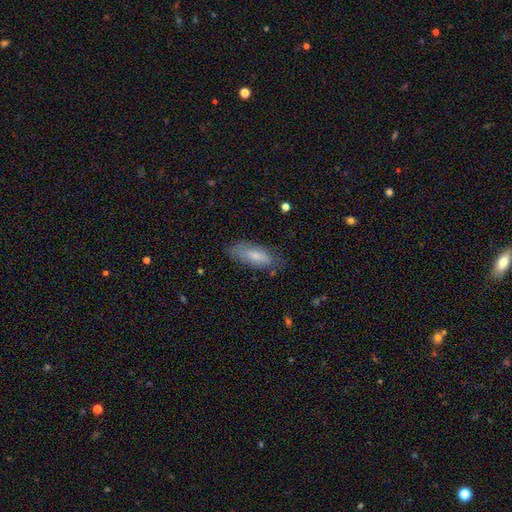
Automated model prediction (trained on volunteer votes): A smooth galaxy with no disk features (73%) that is in between round and cigar-shaped (68%). Merging: none (73%).